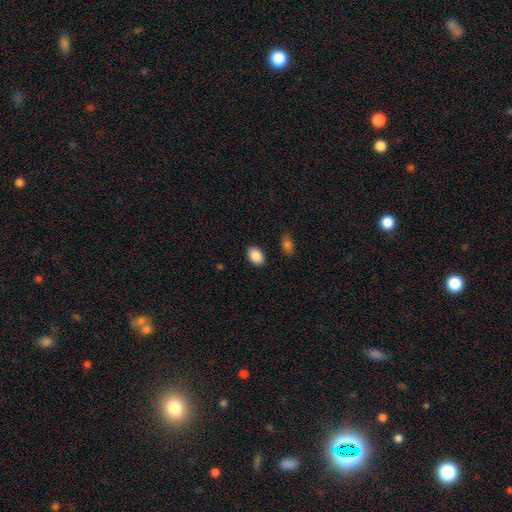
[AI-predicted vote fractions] Smooth or featured? Predicted: smooth (p=0.88). How rounded? Predicted: in between (p=0.86). Merging? Predicted: none (p=0.87).